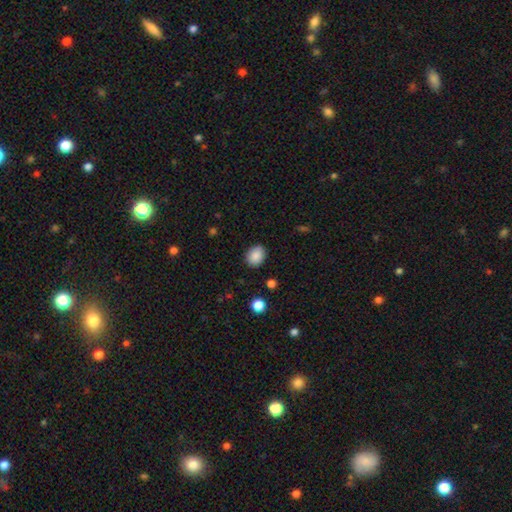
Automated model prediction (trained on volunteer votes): A smooth galaxy with no disk features (88%) that is in between round and cigar-shaped (56%).

Vote fractions:
- Smooth or featured? smooth: 88% / star or artifact: 8% / featured or disk: 4%
- How rounded? in between: 56% / round: 43% / cigar-shaped: 1%
- Merging? none: 87% / minor disturbance: 10% / major disturbance: 3% / merger: 1%